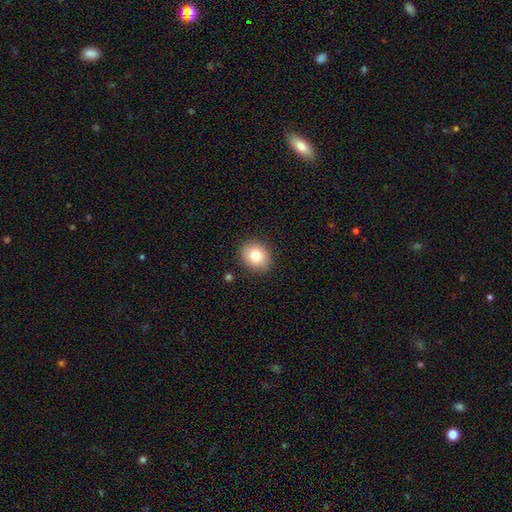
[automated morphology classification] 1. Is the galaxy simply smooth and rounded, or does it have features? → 81% smooth, 9% featured or disk, 9% star or artifact.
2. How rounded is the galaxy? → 62% round, 38% in between, 1% cigar-shaped.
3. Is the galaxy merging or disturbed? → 88% none, 9% minor disturbance, 2% major disturbance, 1% merger.